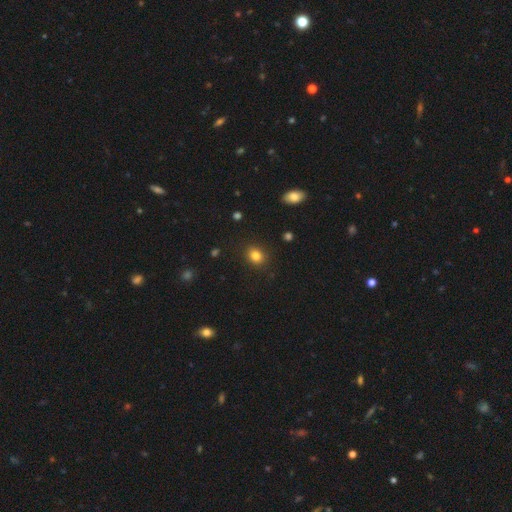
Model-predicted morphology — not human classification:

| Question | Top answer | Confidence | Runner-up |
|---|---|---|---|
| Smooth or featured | smooth | 83% | star or artifact (11%) |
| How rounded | round | 58% | in between (41%) |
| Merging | none | 88% | minor disturbance (8%) |